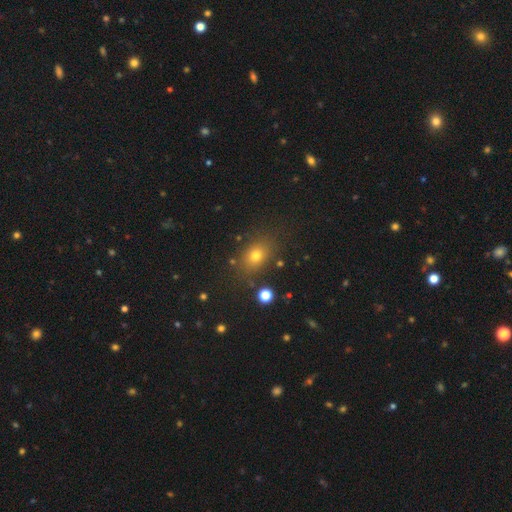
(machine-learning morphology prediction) Smooth or featured? Predicted: smooth (p=0.71). How rounded? Predicted: in between (p=0.59). Merging? Predicted: none (p=0.83).